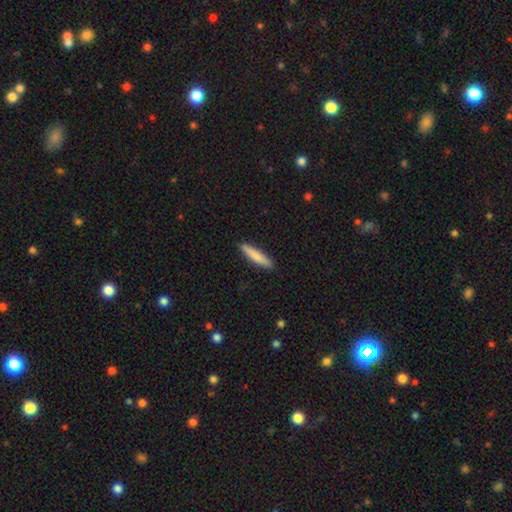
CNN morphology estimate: Q: Smooth or featured?
A: smooth (80%); runner-up: featured or disk (15%)
Q: How rounded?
A: cigar-shaped (89%); runner-up: in between (10%)
Q: Merging?
A: none (90%); runner-up: minor disturbance (7%)